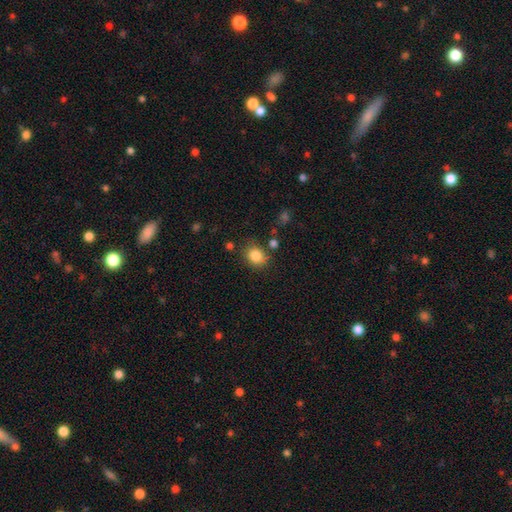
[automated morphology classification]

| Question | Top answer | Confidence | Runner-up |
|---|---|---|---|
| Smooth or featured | smooth | 85% | star or artifact (10%) |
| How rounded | round | 58% | in between (41%) |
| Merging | none | 76% | minor disturbance (14%) |